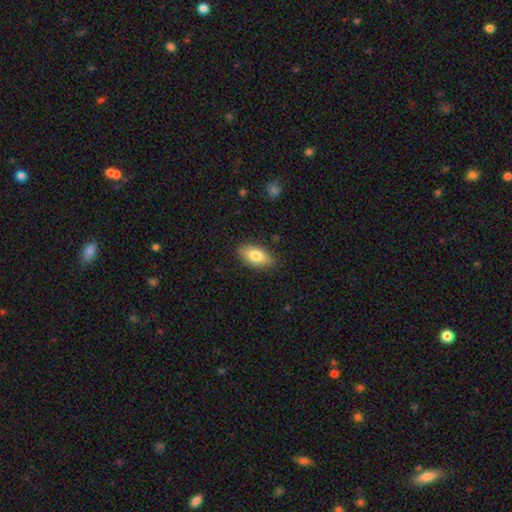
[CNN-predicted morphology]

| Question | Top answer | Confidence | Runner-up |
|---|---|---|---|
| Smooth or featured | smooth | 80% | featured or disk (14%) |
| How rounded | in between | 89% | cigar-shaped (7%) |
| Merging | none | 86% | minor disturbance (10%) |